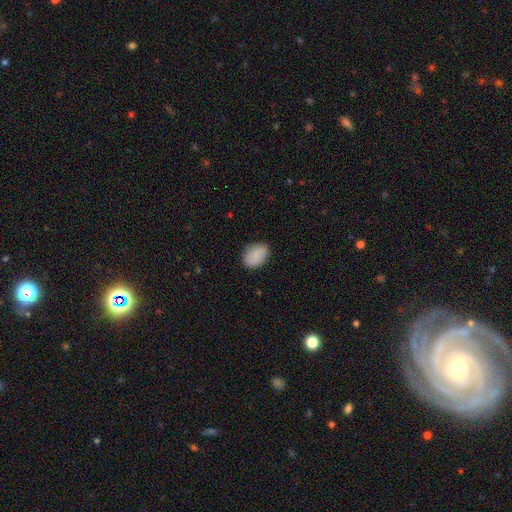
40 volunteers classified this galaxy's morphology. smooth 78%, featured or disk 12%, star or artifact 10%. Down the decision tree: how rounded — in between (84%); merging — none (81%).